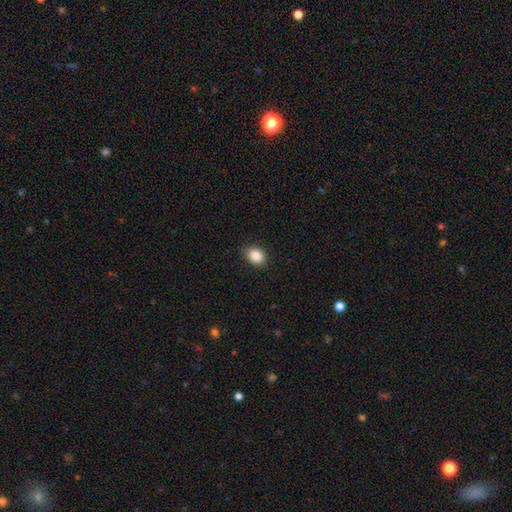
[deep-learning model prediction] The model was most divided on "how rounded": in between: 59%, round: 40%, cigar-shaped: 1%. More confident: smooth or featured — smooth (88%); merging — none (85%).